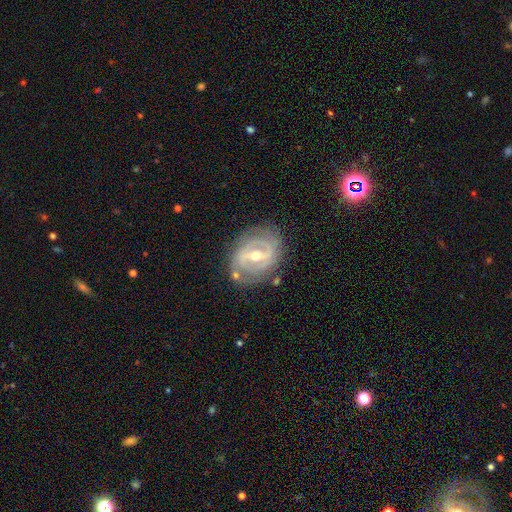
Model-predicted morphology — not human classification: A featured or disk galaxy (84%) with a strong bar (53%), 2 (65%) tight (57%) spiral arms (79%) and a moderate central bulge (63%). Merging: none (75%).